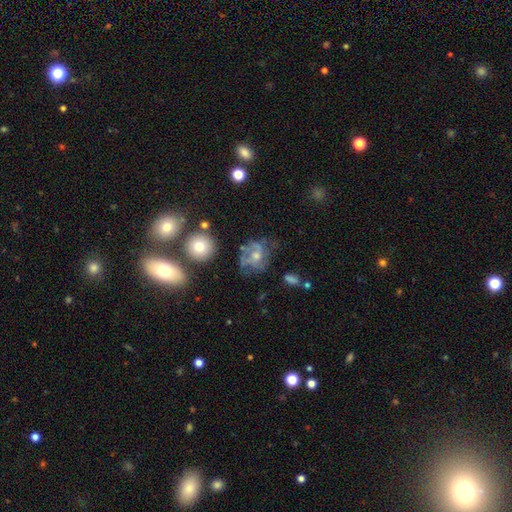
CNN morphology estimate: type=featured or disk (53%); edge-on=no (96%); bar=no (72%); spiral arms=yes (61%); bulge=moderate (57%); merging=none (52%).